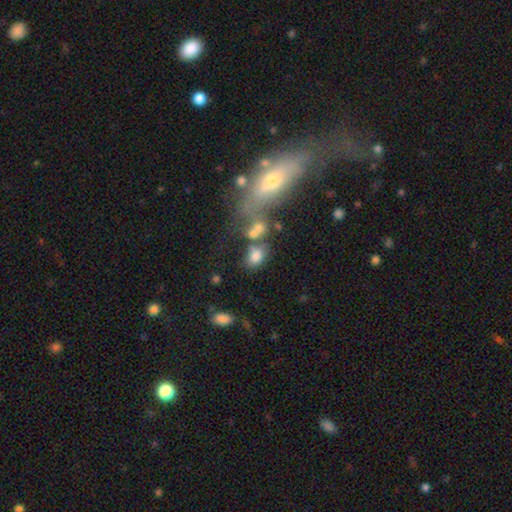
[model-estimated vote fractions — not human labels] smooth 71%, featured or disk 16%, star or artifact 14%. Down the decision tree: how rounded — in between (75%); merging — merger (37%).